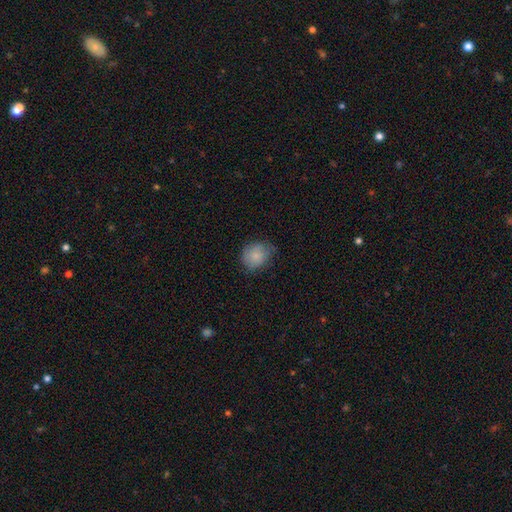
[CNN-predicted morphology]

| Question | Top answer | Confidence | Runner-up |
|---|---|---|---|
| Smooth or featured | smooth | 83% | featured or disk (9%) |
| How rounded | round | 69% | in between (30%) |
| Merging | none | 63% | minor disturbance (29%) |